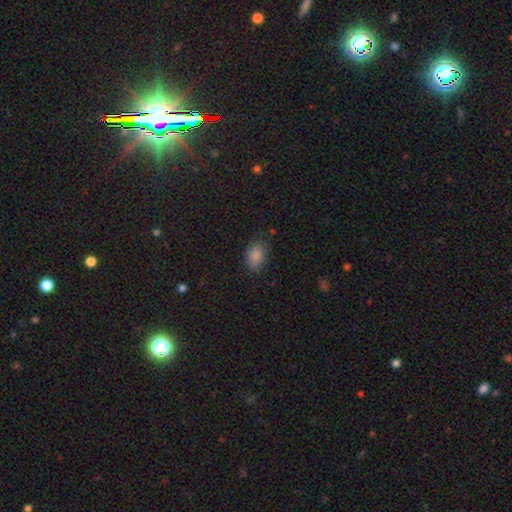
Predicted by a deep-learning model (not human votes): Morphology: type=smooth (85%); roundness=in between (81%); merging=none (74%).